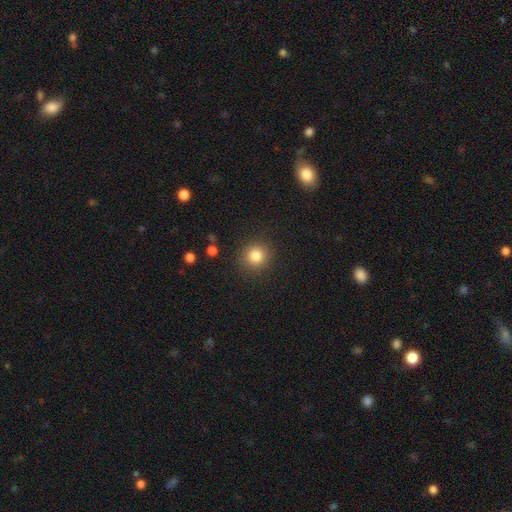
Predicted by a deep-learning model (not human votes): This is clearly a smooth galaxy (82%). How rounded: clearly round (91%). Merging: clearly none (89%).